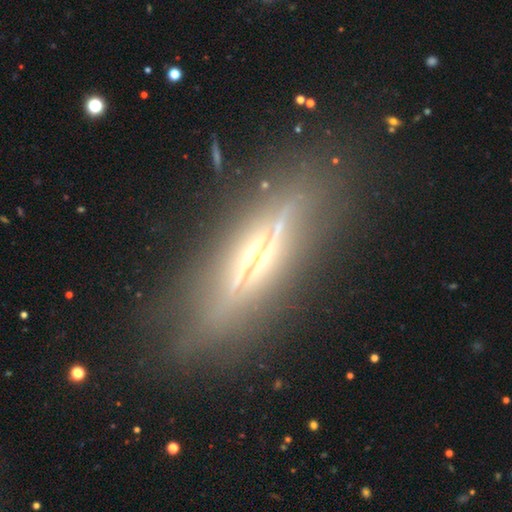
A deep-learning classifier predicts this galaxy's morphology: Overall: featured or disk (79%). Edge-on disk: yes (94%). Edge-on bulge: rounded (71%). Merging: none (81%).